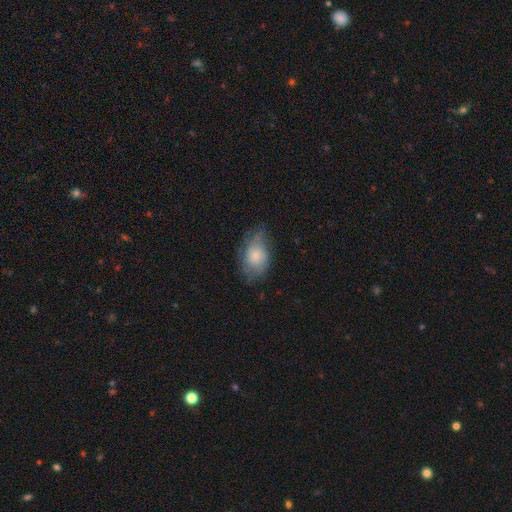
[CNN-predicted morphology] This appears to be a smooth galaxy with no disk features (68%) that is in between round and cigar-shaped (84%). Merging: none (53%).